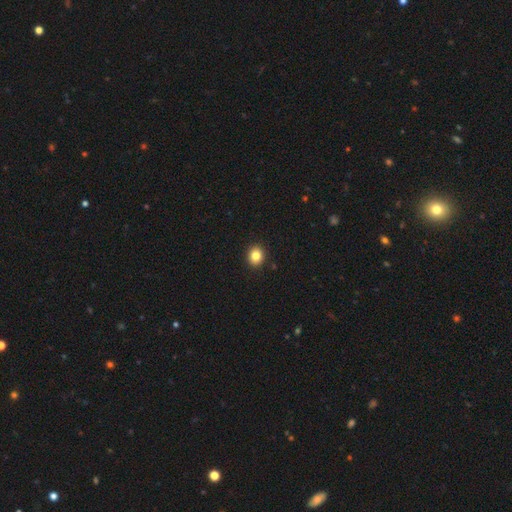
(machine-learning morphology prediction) A smooth galaxy with no disk features (84%) that is round (67%).

Vote fractions:
- Smooth or featured? smooth: 84% / star or artifact: 10% / featured or disk: 6%
- How rounded? round: 67% / in between: 32% / cigar-shaped: 1%
- Merging? none: 92% / minor disturbance: 5% / major disturbance: 2% / merger: 1%